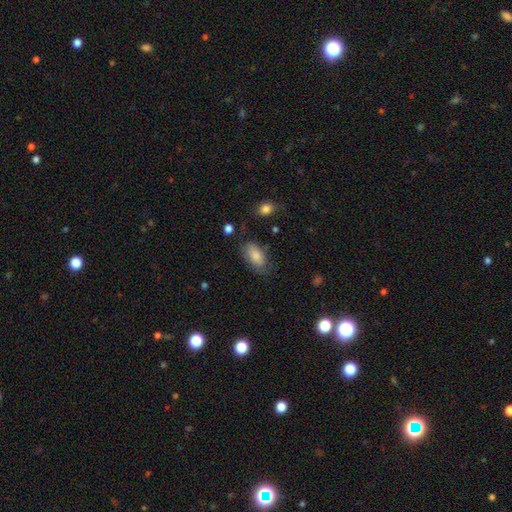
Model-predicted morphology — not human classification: Smooth or featured? Predicted: smooth (p=0.83). How rounded? Predicted: in between (p=0.92). Merging? Predicted: none (p=0.70).